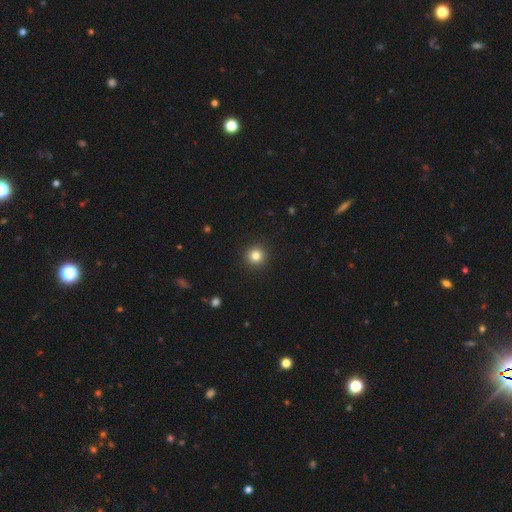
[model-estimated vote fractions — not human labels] smooth_or_featured: smooth (p=0.83) [alt: star or artifact p=0.12]
how_rounded: round (p=0.95) [alt: in between p=0.04]
merging: none (p=0.93) [alt: minor disturbance p=0.04]